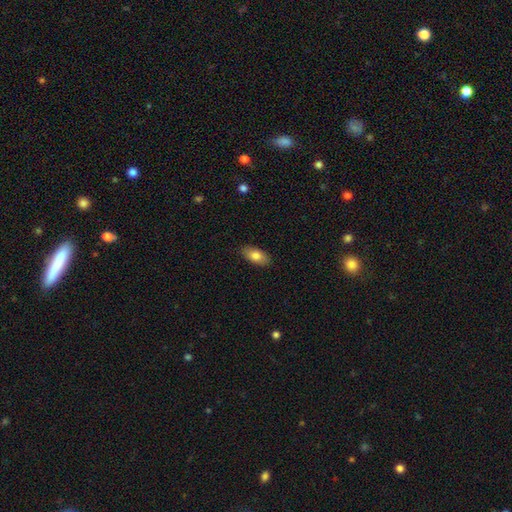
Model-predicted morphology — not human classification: Overall: smooth (81%). How rounded: in between (91%). Merging: none (88%).